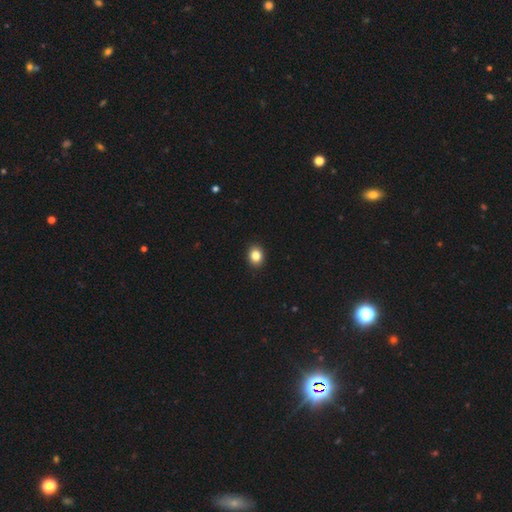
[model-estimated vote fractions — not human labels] smooth-or-featured: smooth: 85% | star or artifact: 10% | featured or disk: 5%
  how-rounded: round: 51% | in between: 48% | cigar-shaped: 1%
  merging: none: 91% | minor disturbance: 7% | major disturbance: 2% | merger: 1%